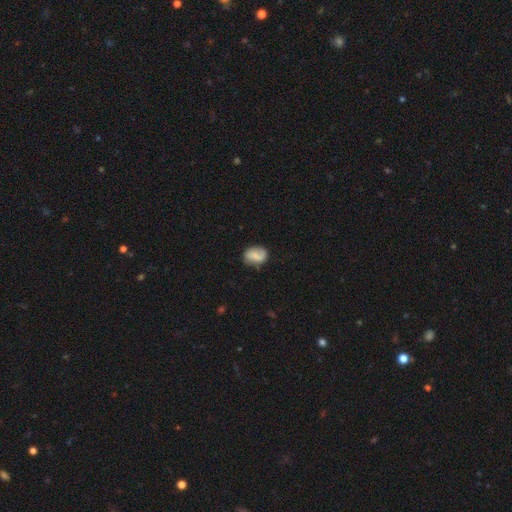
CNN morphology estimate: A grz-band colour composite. It shows a smooth galaxy with no disk features (60%) that is in between round and cigar-shaped (70%). Merging: none (70%).